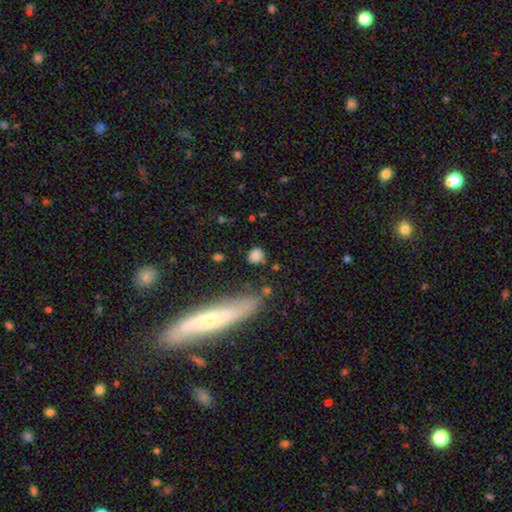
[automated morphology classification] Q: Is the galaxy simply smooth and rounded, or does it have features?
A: smooth — 82%.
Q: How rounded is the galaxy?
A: round — 73%.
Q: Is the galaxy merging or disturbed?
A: none — 78%.